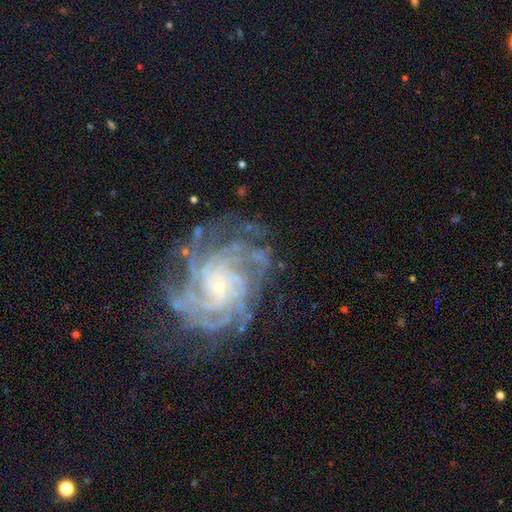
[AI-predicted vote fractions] Smooth or featured? featured or disk (90%)
Edge-on disk? no (98%)
Bar? no (71%)
Spiral arms? yes (98%)
Spiral winding? tight (72%)
Spiral arm count? more than 4 (34%)
Bulge size? small (87%)
Merging? none (69%)